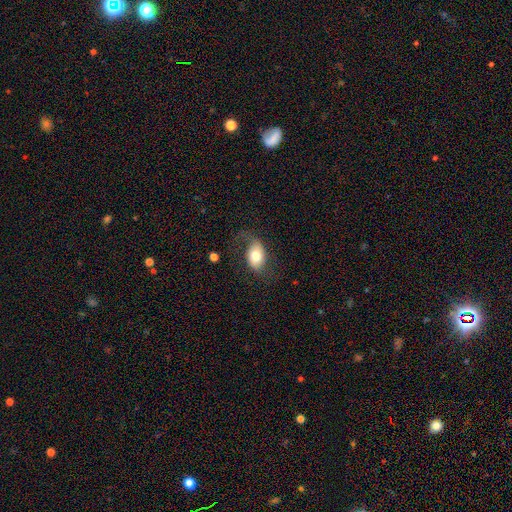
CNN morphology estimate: Q: Smooth or featured?
A: smooth (61%); runner-up: featured or disk (31%)
Q: How rounded?
A: in between (86%); runner-up: round (13%)
Q: Merging?
A: none (56%); runner-up: minor disturbance (23%)